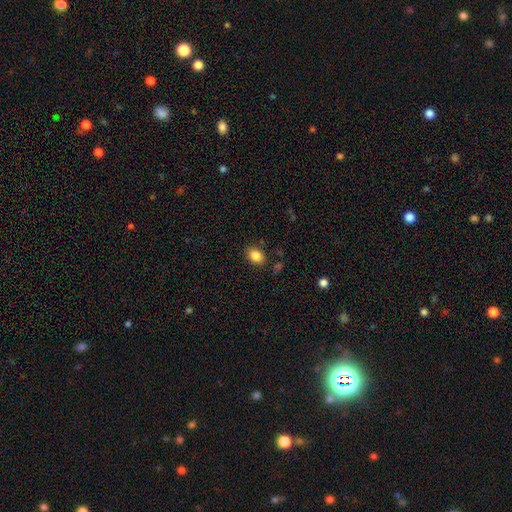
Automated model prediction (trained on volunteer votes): This appears to be a smooth galaxy with no disk features (86%) that is in between round and cigar-shaped (69%). Merging: none (84%).